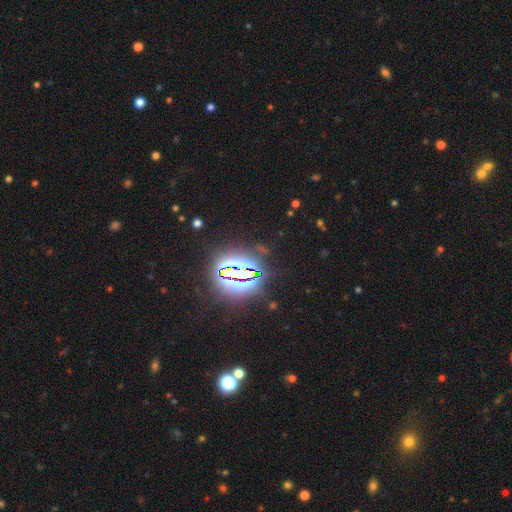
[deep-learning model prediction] Smooth or featured?
  - star or artifact: 85% *
  - smooth: 8%
  - featured or disk: 7%